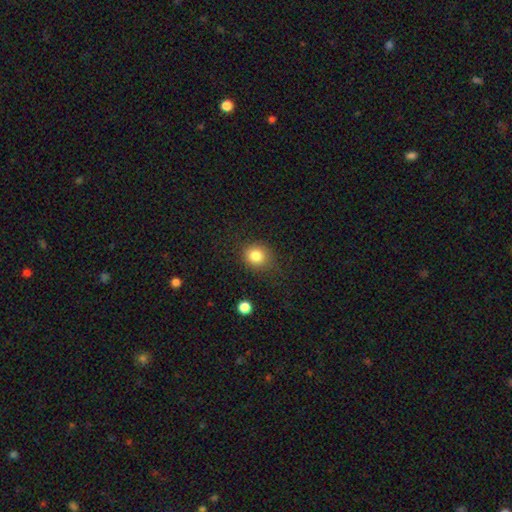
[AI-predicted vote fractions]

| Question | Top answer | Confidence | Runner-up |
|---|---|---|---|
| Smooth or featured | smooth | 83% | star or artifact (11%) |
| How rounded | round | 79% | in between (20%) |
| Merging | none | 80% | minor disturbance (14%) |